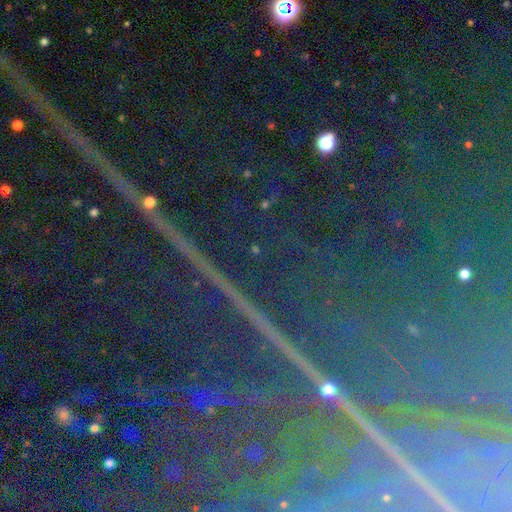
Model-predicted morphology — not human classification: Smooth or featured? star or artifact (87%)